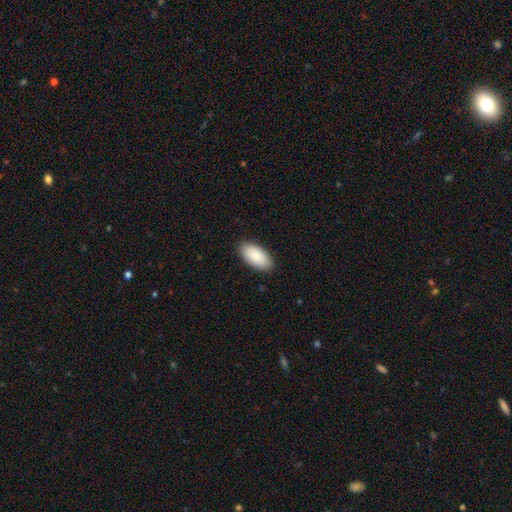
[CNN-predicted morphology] A smooth galaxy with no disk features (90%) that is in between round and cigar-shaped (94%). Merging: none (89%).